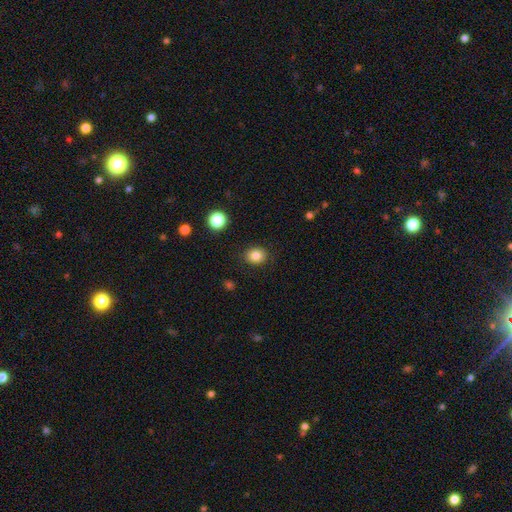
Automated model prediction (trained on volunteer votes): This appears to be a smooth galaxy with no disk features (84%) that is round (65%). Merging: none (88%).